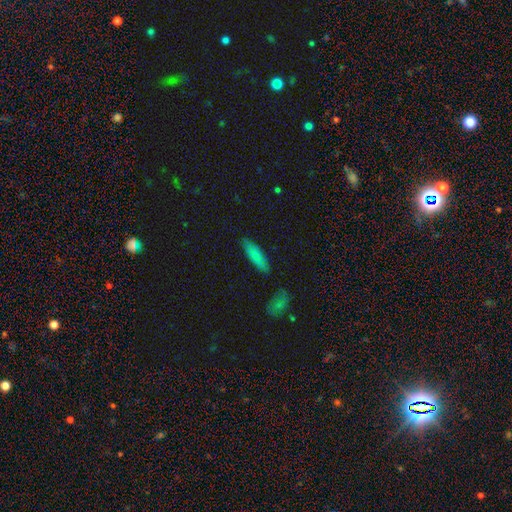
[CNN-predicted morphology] Overall: smooth (81%). How rounded: cigar-shaped (57%; in between 42%). Merging: none (83%).